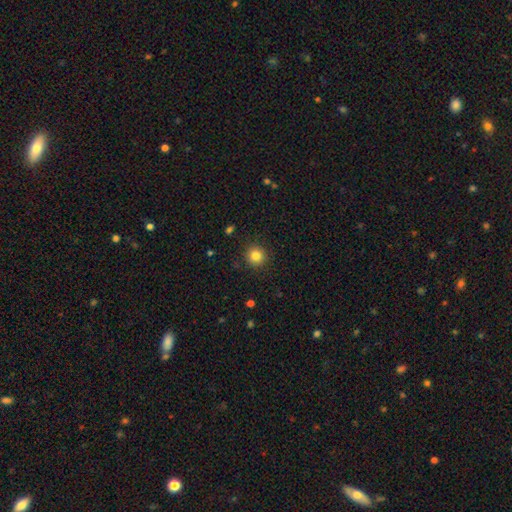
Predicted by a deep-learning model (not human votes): This appears to be a smooth galaxy with no disk features (84%) that is round (93%). Merging: none (91%).